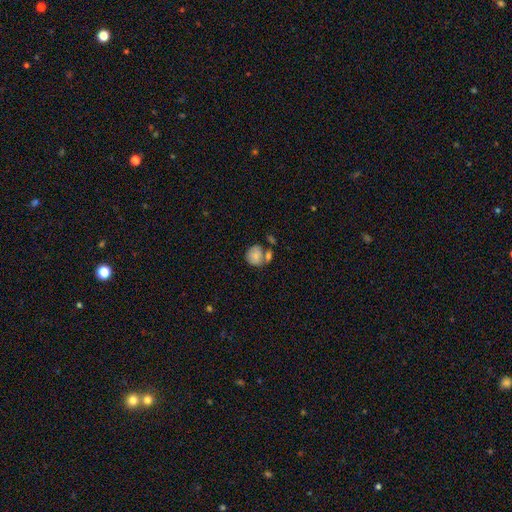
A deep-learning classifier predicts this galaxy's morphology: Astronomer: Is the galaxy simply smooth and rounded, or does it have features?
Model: smooth — 78%.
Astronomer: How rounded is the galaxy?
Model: round — 73%.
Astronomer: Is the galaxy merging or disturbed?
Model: none — 42% (runner-up: merger, 34%).